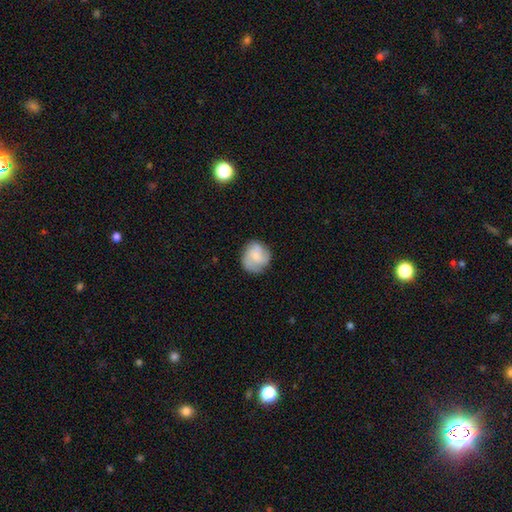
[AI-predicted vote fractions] Morphology: type=smooth (57%); roundness=round (83%); merging=none (76%).